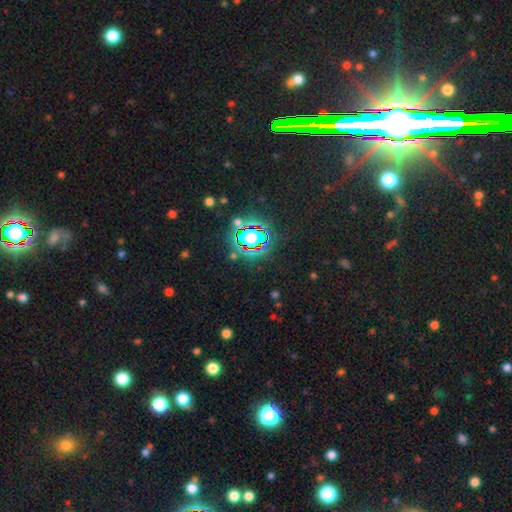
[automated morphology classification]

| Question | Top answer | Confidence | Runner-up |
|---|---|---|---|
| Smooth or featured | star or artifact | 82% | smooth (10%) |